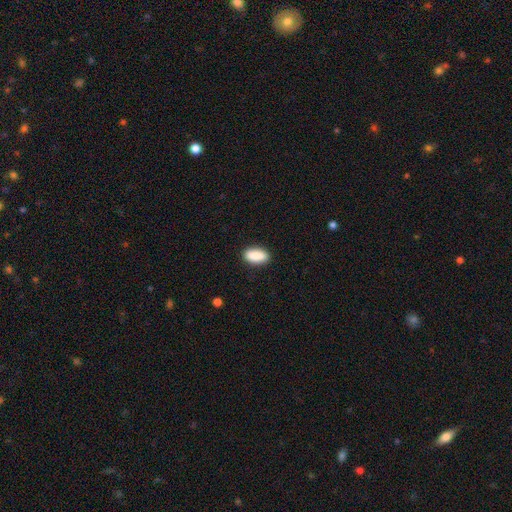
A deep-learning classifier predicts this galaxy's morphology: smooth_or_featured: smooth (p=0.90) [alt: star or artifact p=0.07]
how_rounded: in between (p=0.90) [alt: cigar-shaped p=0.07]
merging: none (p=0.89) [alt: minor disturbance p=0.08]